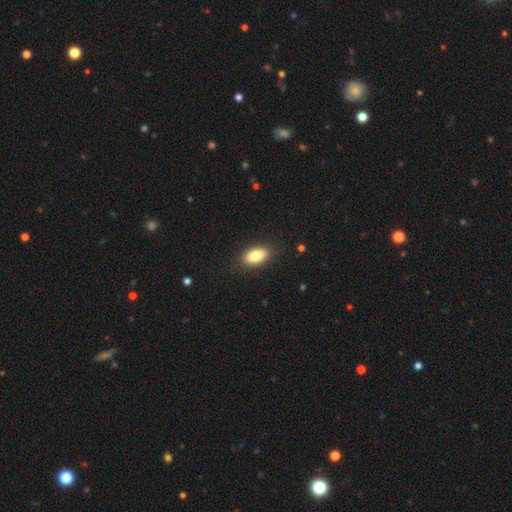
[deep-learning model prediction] This is clearly a smooth galaxy (83%). How rounded: clearly in between (90%). Merging: clearly none (87%).